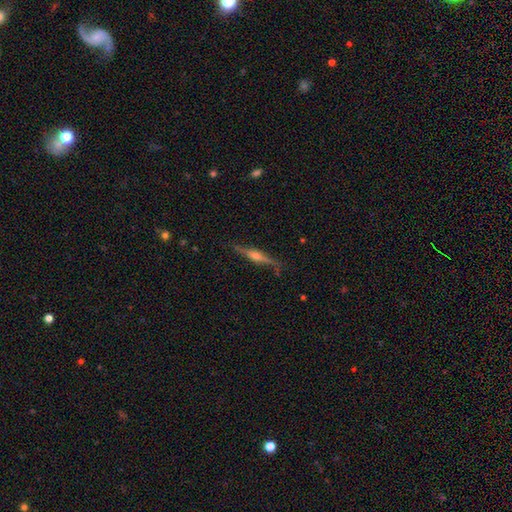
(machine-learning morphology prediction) Q: Smooth or featured?
A: featured or disk (76%); runner-up: smooth (17%)
Q: Edge-on disk?
A: yes (95%); runner-up: no (5%)
Q: Edge-on bulge?
A: rounded (87%); runner-up: boxy (8%)
Q: Merging?
A: none (80%); runner-up: minor disturbance (15%)